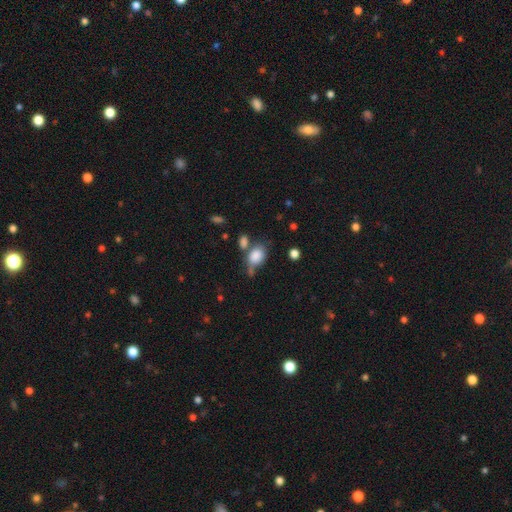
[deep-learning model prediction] Smooth or featured? smooth (82%)
How rounded? in between (68%)
Merging? none (38%)